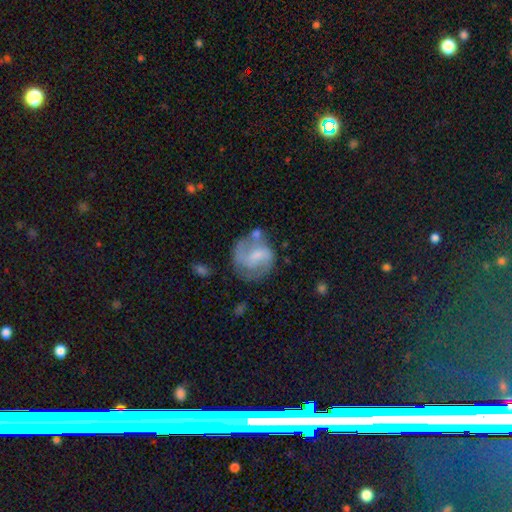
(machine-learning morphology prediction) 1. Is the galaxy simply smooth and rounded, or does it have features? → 64% featured or disk, 29% smooth, 7% star or artifact.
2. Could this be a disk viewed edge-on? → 98% no, 2% yes.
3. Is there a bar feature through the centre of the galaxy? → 49% weak, 31% no, 19% strong.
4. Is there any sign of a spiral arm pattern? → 83% yes, 17% no.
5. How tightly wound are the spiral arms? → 47% medium, 31% loose, 22% tight.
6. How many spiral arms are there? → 74% 2, 12% can't tell, 6% 1, 4% 3, 1% 4, 1% more than 4.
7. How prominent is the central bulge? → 36% small, 30% moderate, 26% none, 6% large, 1% dominant.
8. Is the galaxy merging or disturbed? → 57% none, 22% minor disturbance, 13% major disturbance, 8% merger.